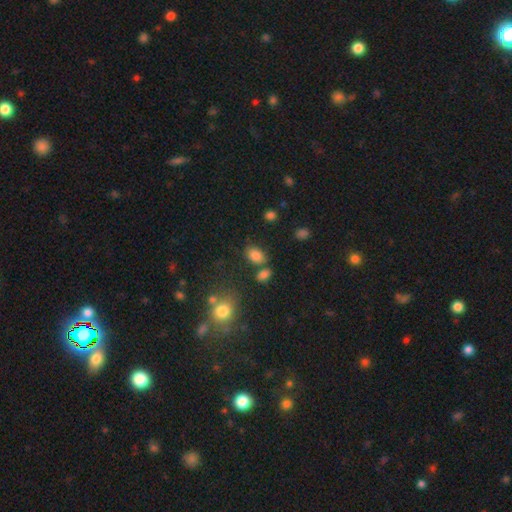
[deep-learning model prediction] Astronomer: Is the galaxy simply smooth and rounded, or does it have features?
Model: smooth — 82%.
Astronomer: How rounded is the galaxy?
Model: in between — 86%.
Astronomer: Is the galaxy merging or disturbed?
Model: none — 68%.